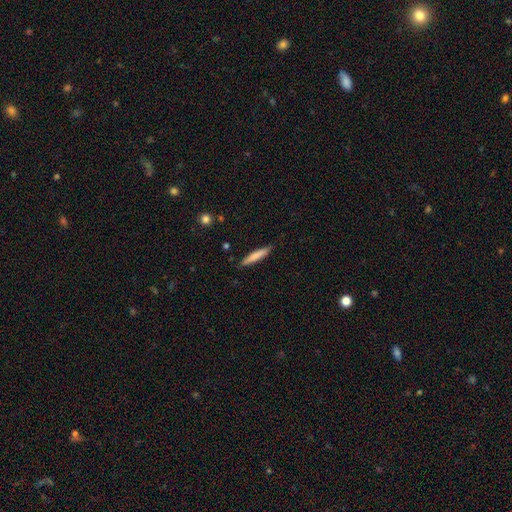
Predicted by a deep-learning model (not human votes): This appears to be a smooth galaxy with no disk features (76%) that is cigar-shaped (92%). Merging: none (87%).